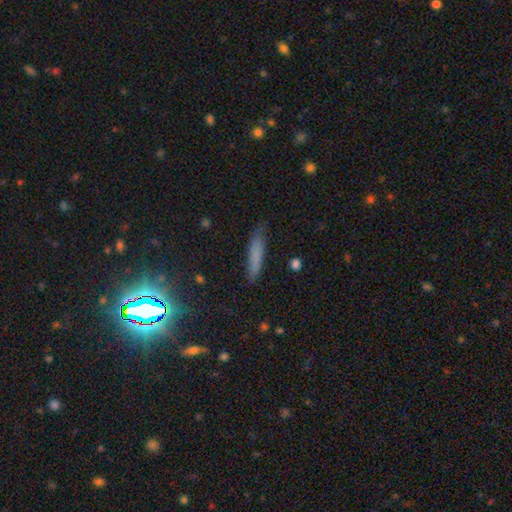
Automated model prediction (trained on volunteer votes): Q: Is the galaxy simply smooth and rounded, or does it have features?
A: smooth — 69%.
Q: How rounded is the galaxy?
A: cigar-shaped — 86%.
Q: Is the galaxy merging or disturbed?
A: none — 79%.